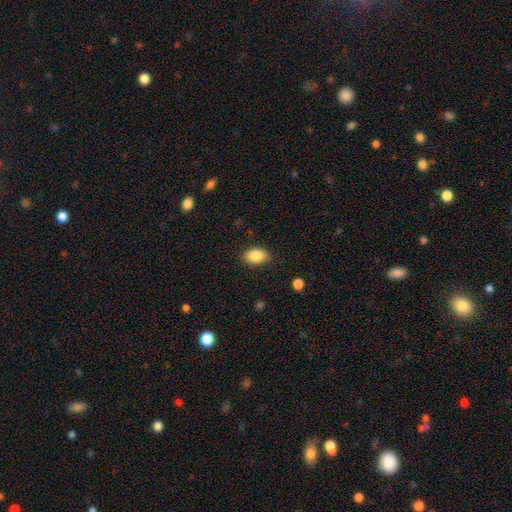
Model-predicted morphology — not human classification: Smooth or featured?
  - smooth: 85% *
  - star or artifact: 8%
  - featured or disk: 7%
How rounded?
  - in between: 87% *
  - round: 12%
  - cigar-shaped: 2%
Merging?
  - none: 83% *
  - minor disturbance: 13%
  - major disturbance: 3%
  - merger: 1%